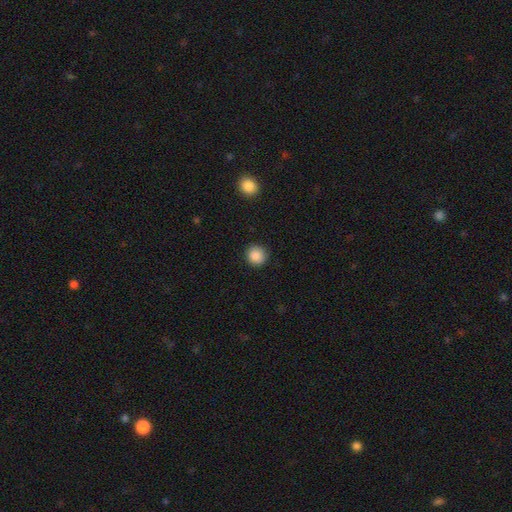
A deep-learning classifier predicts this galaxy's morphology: The model was most divided on "smooth or featured": smooth: 88%, star or artifact: 9%, featured or disk: 3%. More confident: how rounded — round (93%); merging — none (90%).